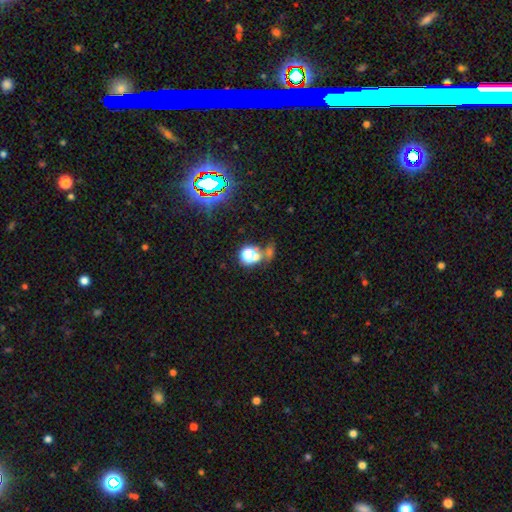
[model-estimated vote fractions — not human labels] smooth_or_featured: smooth (p=0.52) [alt: star or artifact p=0.36]
how_rounded: round (p=0.65) [alt: in between p=0.32]
merging: none (p=0.47) [alt: merger p=0.31]